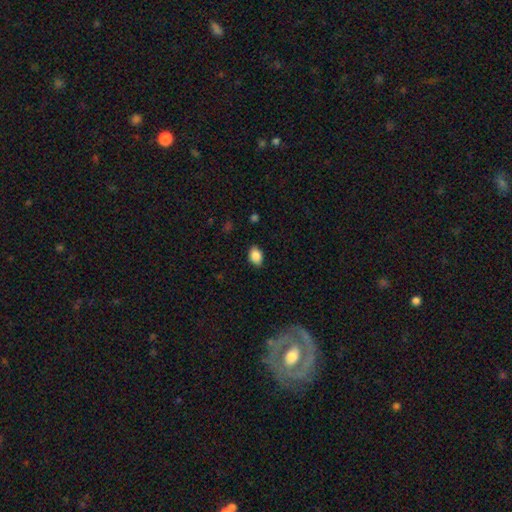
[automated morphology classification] Q: Smooth or featured?
A: smooth (88%); runner-up: star or artifact (8%)
Q: How rounded?
A: in between (83%); runner-up: round (16%)
Q: Merging?
A: none (84%); runner-up: minor disturbance (12%)